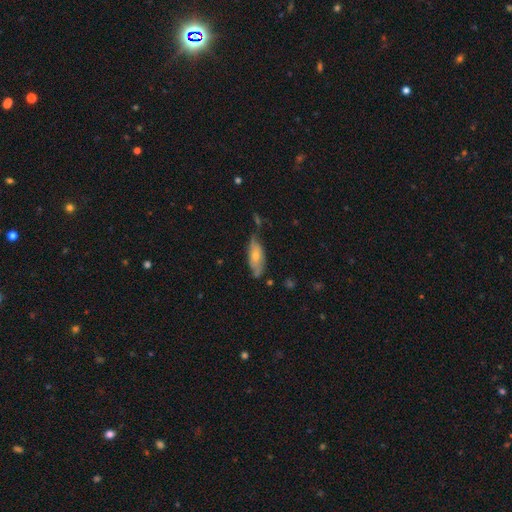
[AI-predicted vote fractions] This appears to be a smooth galaxy with no disk features (55%) that is in between round and cigar-shaped (75%). Merging: none (53%).